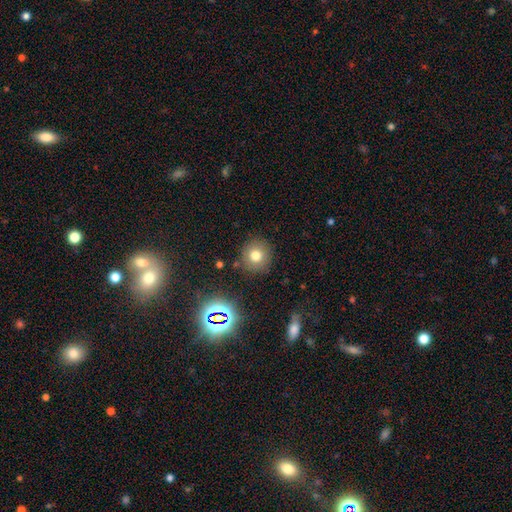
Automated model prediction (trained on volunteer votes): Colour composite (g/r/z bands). It shows a smooth galaxy with no disk features (74%) that is round (93%). Merging: none (87%).